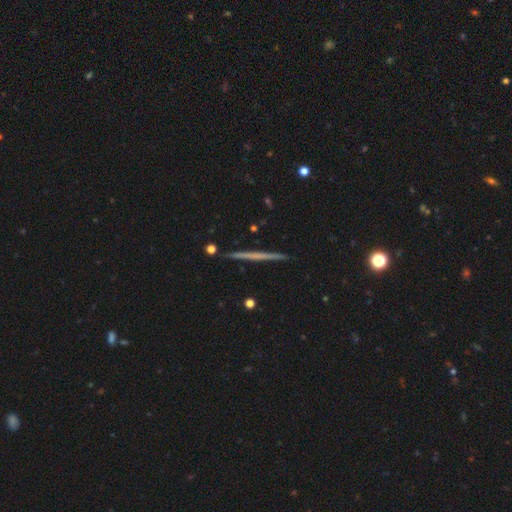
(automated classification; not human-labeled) Smooth or featured: featured or disk — 59% (smooth — 35%)
Edge-on disk: yes — 98% (no — 2%)
Edge-on bulge: none — 89% (rounded — 8%)
Merging: none — 92% (minor disturbance — 5%)